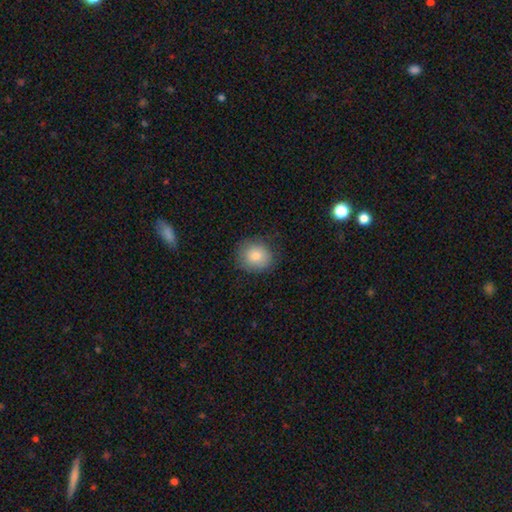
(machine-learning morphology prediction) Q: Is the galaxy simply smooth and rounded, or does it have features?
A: smooth — 82%.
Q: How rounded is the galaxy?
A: round — 78%.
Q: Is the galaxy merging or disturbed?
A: none — 82%.